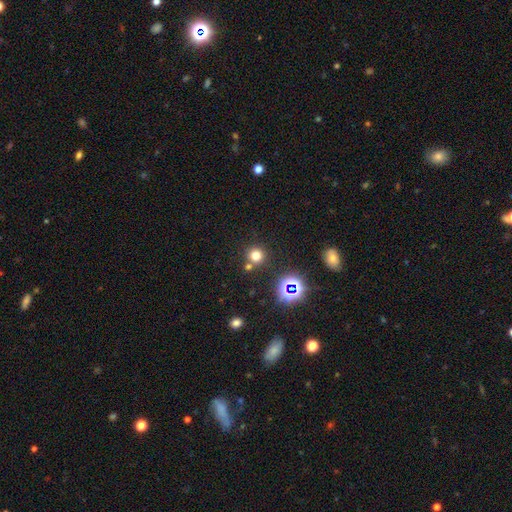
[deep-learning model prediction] A smooth galaxy with no disk features (71%) that is round (92%).

Vote fractions:
- Smooth or featured? smooth: 71% / star or artifact: 22% / featured or disk: 7%
- How rounded? round: 92% / in between: 7% / cigar-shaped: 1%
- Merging? none: 74% / merger: 15% / minor disturbance: 7% / major disturbance: 3%